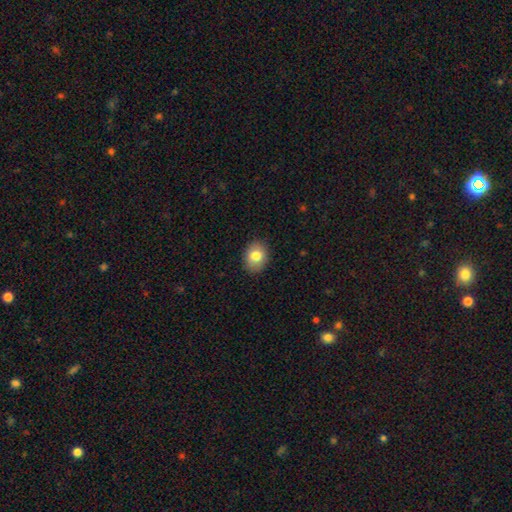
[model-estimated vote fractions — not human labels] smooth 81%, featured or disk 11%, star or artifact 8%. Down the decision tree: how rounded — in between (57%); merging — none (89%).